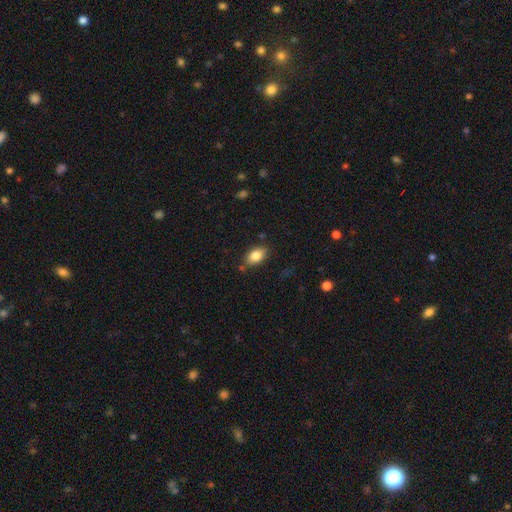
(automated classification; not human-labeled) smooth_or_featured: smooth (p=0.83) [alt: featured or disk p=0.09]
how_rounded: in between (p=0.89) [alt: round p=0.09]
merging: none (p=0.80) [alt: minor disturbance p=0.13]